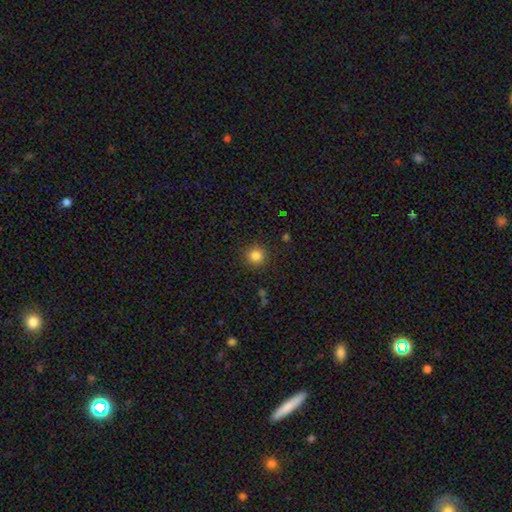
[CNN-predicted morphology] Smooth or featured? Predicted: smooth (p=0.84). How rounded? Predicted: round (p=0.94). Merging? Predicted: none (p=0.90).